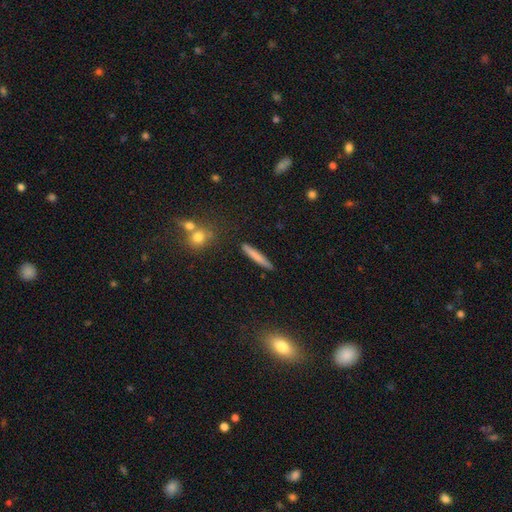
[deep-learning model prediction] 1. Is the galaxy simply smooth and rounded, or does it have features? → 73% smooth, 20% featured or disk, 7% star or artifact.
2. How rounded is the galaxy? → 94% cigar-shaped, 4% in between, 2% round.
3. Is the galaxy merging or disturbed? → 87% none, 9% minor disturbance, 2% merger, 2% major disturbance.